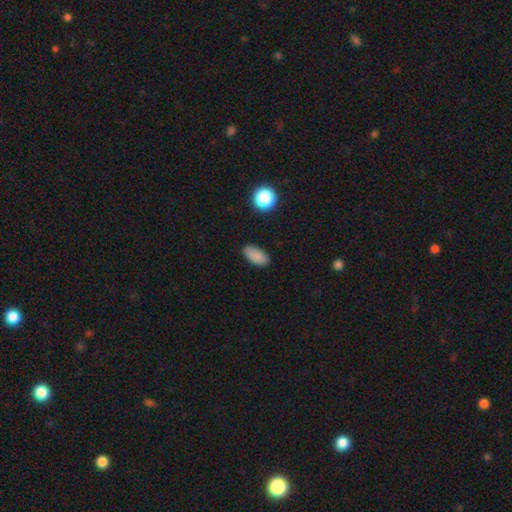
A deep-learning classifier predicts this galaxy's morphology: smooth 87%, star or artifact 9%, featured or disk 4%. Down the decision tree: how rounded — in between (91%); merging — none (86%).